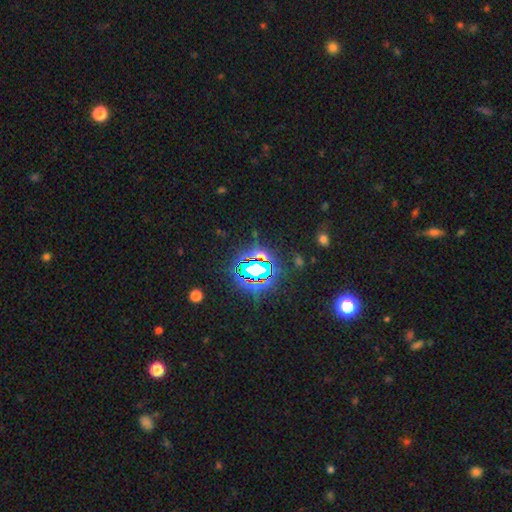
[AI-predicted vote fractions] This appears to be a star or artifact, not a galaxy (78%).